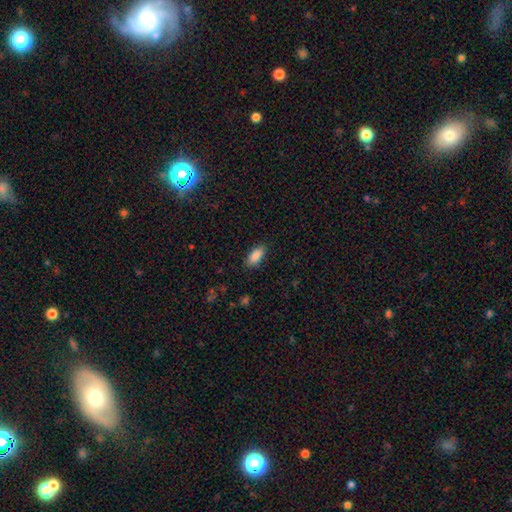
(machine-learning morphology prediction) Smooth or featured? smooth (88%)
How rounded? in between (87%)
Merging? none (87%)